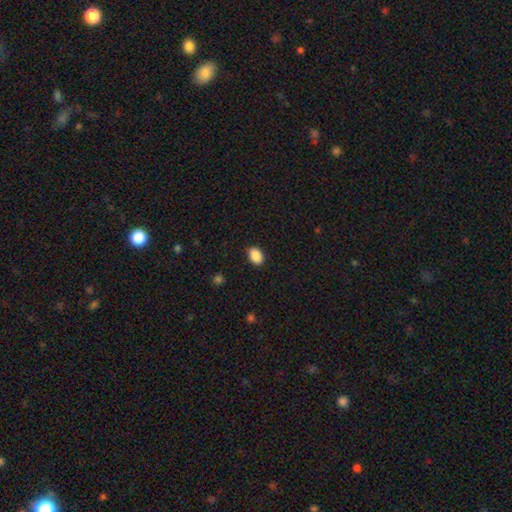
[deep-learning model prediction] This appears to be a smooth galaxy with no disk features (89%) that is in between round and cigar-shaped (79%). Merging: none (87%).